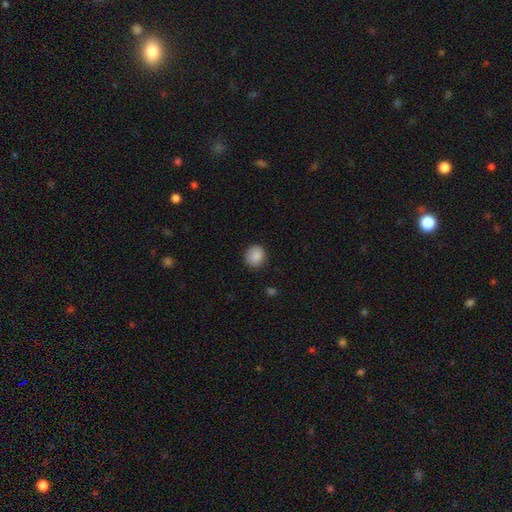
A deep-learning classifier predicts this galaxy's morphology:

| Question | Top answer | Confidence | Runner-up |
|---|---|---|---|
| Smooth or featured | smooth | 88% | star or artifact (8%) |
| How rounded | round | 80% | in between (19%) |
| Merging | none | 86% | minor disturbance (10%) |